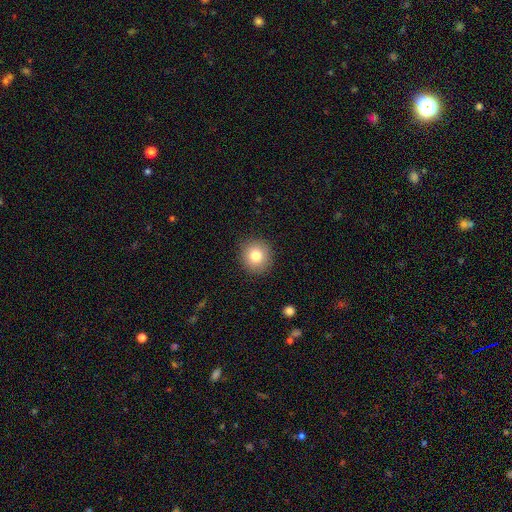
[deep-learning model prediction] Overall: smooth (80%). How rounded: round (91%). Merging: none (90%).